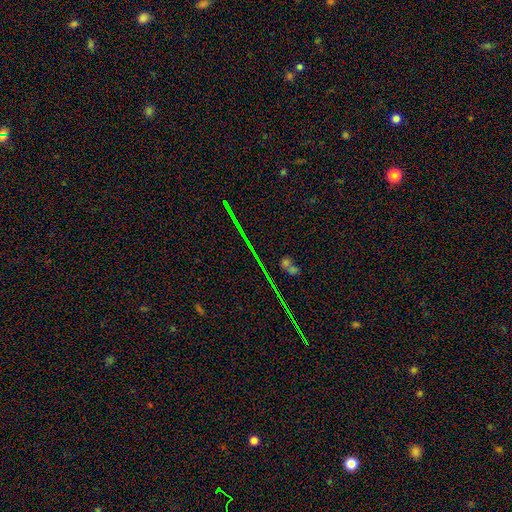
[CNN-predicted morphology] This is likely a star or artifact rather than a galaxy (80%).